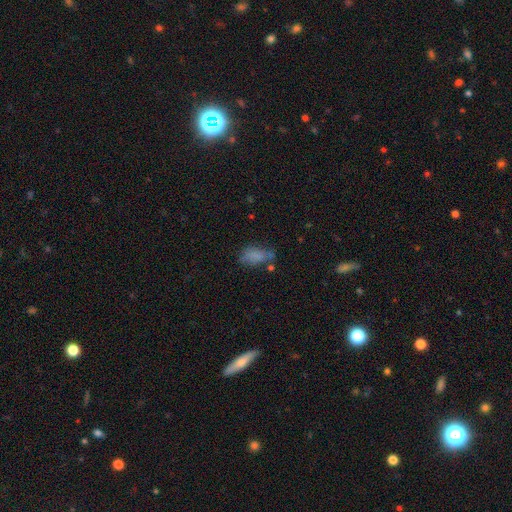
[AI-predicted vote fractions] Smooth or featured?
  - smooth: 72% *
  - featured or disk: 15%
  - star or artifact: 13%
How rounded?
  - in between: 87% *
  - cigar-shaped: 7%
  - round: 6%
Merging?
  - none: 46% *
  - minor disturbance: 28%
  - major disturbance: 16%
  - merger: 11%